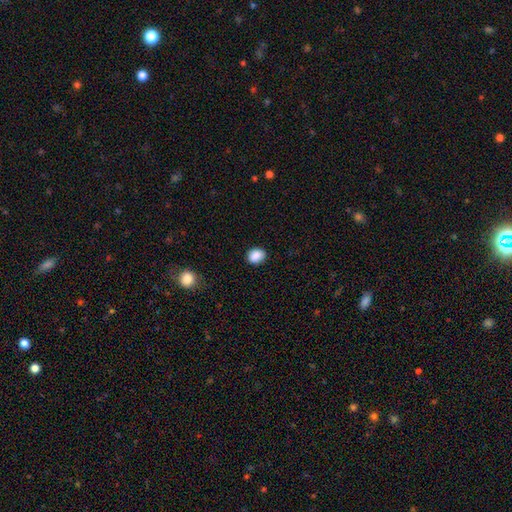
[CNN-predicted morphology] smooth 89%, star or artifact 8%, featured or disk 3%. Down the decision tree: how rounded — in between (53%); merging — none (88%).